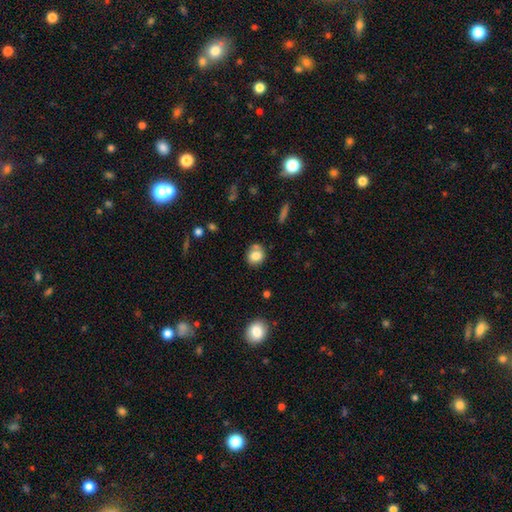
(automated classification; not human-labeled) smooth-or-featured: smooth: 79% | featured or disk: 12% | star or artifact: 10%
  how-rounded: round: 75% | in between: 24% | cigar-shaped: 1%
  merging: none: 68% | minor disturbance: 18% | merger: 9% | major disturbance: 5%